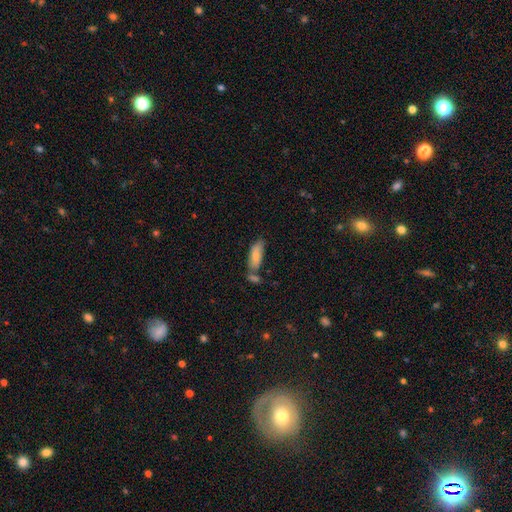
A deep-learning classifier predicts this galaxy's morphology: A smooth galaxy with no disk features (78%) that is in between round and cigar-shaped (68%).

Vote fractions:
- Smooth or featured? smooth: 78% / featured or disk: 16% / star or artifact: 6%
- How rounded? in between: 68% / cigar-shaped: 30% / round: 2%
- Merging? none: 54% / merger: 24% / minor disturbance: 18% / major disturbance: 4%